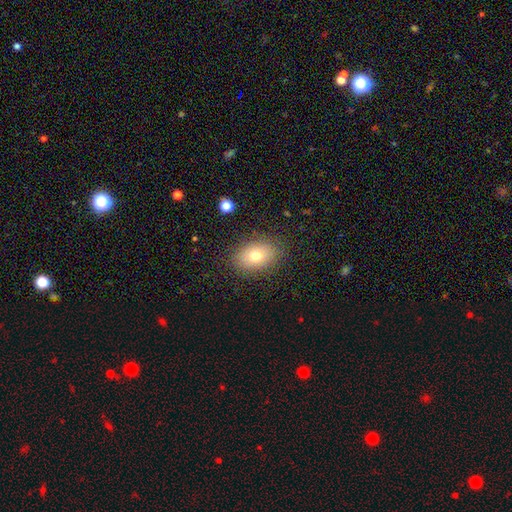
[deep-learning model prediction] Smooth or featured: smooth — 74% (featured or disk — 15%)
How rounded: in between — 77% (round — 22%)
Merging: none — 85% (minor disturbance — 11%)